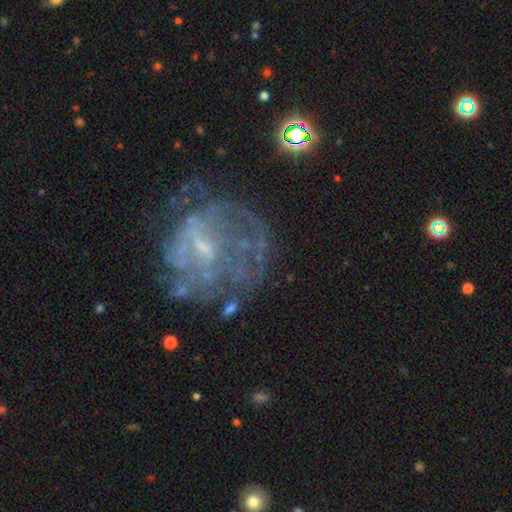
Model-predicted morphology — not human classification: A featured or disk galaxy (67%) with no bar (44%, tied with weak), no spiral arms (53%) and a small central bulge (59%). Merging: none (56%).